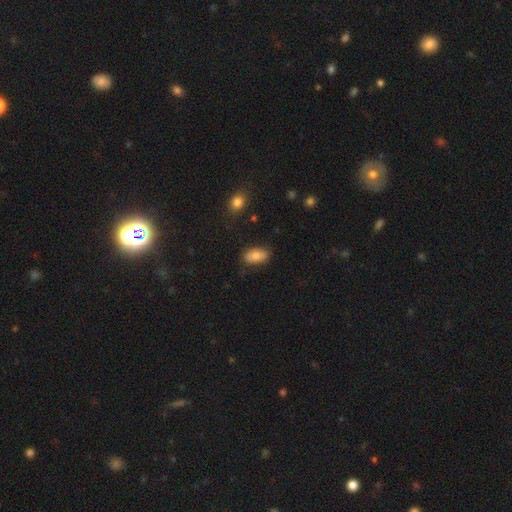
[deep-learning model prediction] This appears to be a smooth galaxy with no disk features (82%) that is in between round and cigar-shaped (92%). Merging: none (79%).